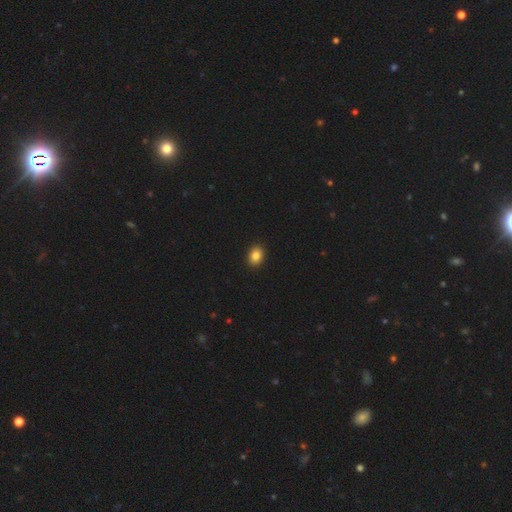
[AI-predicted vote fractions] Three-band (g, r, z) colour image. It shows a smooth galaxy with no disk features (86%) that is in between round and cigar-shaped (64%). Merging: none (92%).